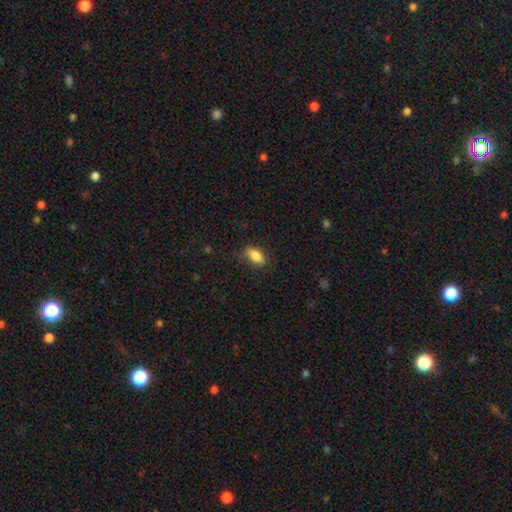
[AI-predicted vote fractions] A smooth galaxy with no disk features (85%) that is in between round and cigar-shaped (89%). Merging: none (82%).